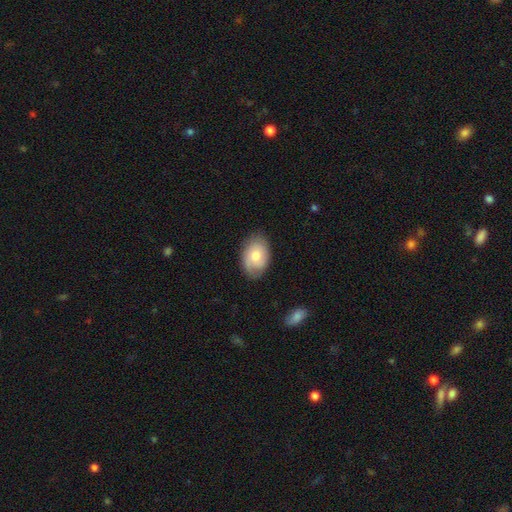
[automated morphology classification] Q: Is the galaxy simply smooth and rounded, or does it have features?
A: smooth — 61%.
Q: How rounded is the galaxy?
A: in between — 84%.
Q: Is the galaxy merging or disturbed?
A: none — 77%.